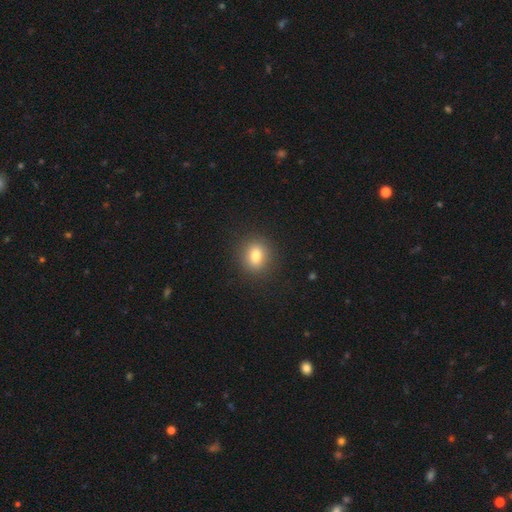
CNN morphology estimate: Smooth or featured: smooth — 79% (star or artifact — 11%)
How rounded: round — 71% (in between — 28%)
Merging: none — 89% (minor disturbance — 7%)